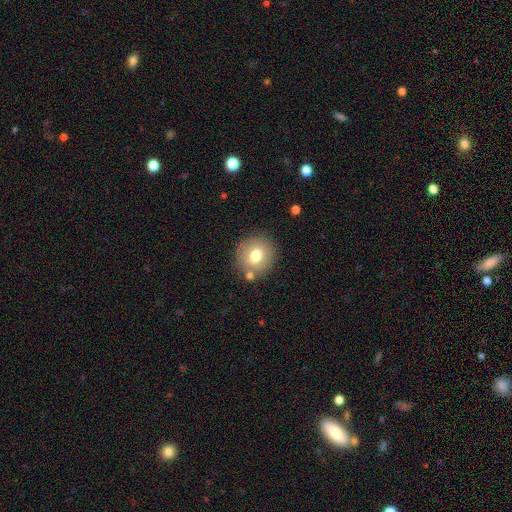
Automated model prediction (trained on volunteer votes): Smooth or featured?
  - smooth: 72% *
  - featured or disk: 18%
  - star or artifact: 10%
How rounded?
  - round: 76% *
  - in between: 23%
  - cigar-shaped: 1%
Merging?
  - none: 81% *
  - minor disturbance: 10%
  - merger: 6%
  - major disturbance: 3%